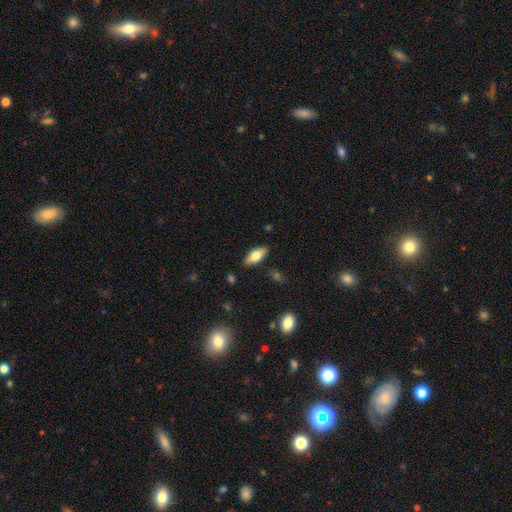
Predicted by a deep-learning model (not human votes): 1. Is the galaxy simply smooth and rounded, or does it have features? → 67% smooth, 26% featured or disk, 7% star or artifact.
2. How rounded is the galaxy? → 81% in between, 16% cigar-shaped, 3% round.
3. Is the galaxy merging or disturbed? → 85% none, 11% minor disturbance, 2% major disturbance, 2% merger.